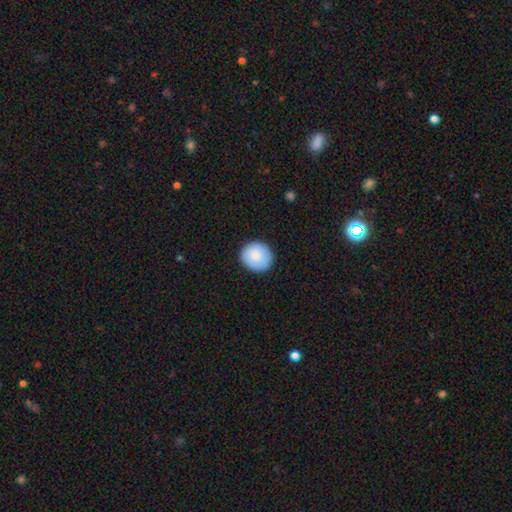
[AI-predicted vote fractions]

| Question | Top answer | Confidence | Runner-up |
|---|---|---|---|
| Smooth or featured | smooth | 84% | featured or disk (9%) |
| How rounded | round | 89% | in between (10%) |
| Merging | none | 88% | minor disturbance (9%) |